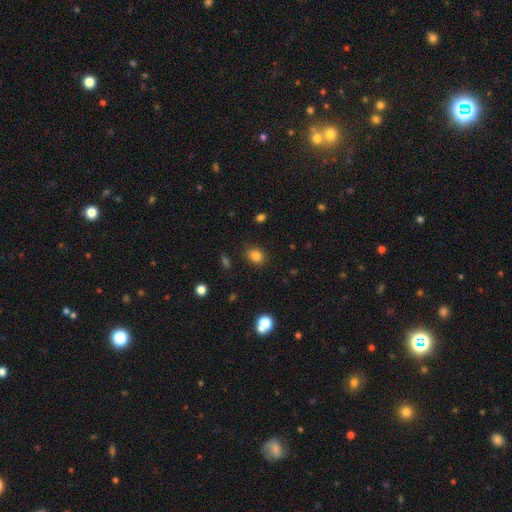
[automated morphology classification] A smooth galaxy with no disk features (82%) that is round (60%). Merging: none (84%).